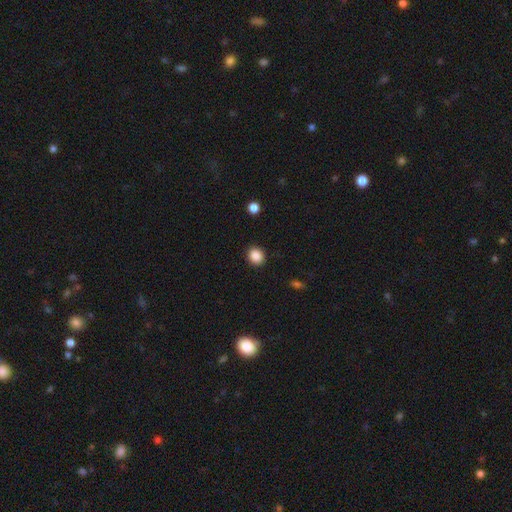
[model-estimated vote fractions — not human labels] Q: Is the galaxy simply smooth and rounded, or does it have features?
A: smooth — 87%.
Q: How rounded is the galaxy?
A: round — 75%.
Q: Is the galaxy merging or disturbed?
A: none — 91%.